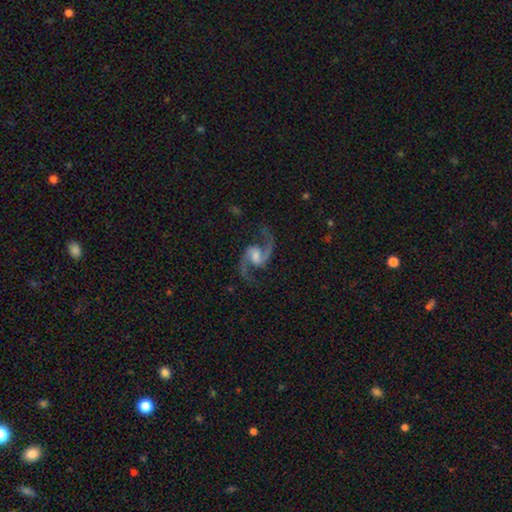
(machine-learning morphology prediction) smooth-or-featured: featured or disk: 92% | star or artifact: 4% | smooth: 3%
  disk-edge-on: no: 98% | yes: 2%
    bar: weak: 48% | no: 39% | strong: 13%
    has-spiral-arms: yes: 98% | no: 2%
      spiral-winding: loose: 56% | medium: 39% | tight: 5%
      spiral-arm-count: 2: 95% | 1: 1% | can't tell: 1% | 3: 1% | 4: 1% | more than 4: 1%
    bulge-size: moderate: 42% | small: 21% | large: 20% | none: 15% | dominant: 2%
  merging: none: 81% | minor disturbance: 12% | major disturbance: 6% | merger: 2%